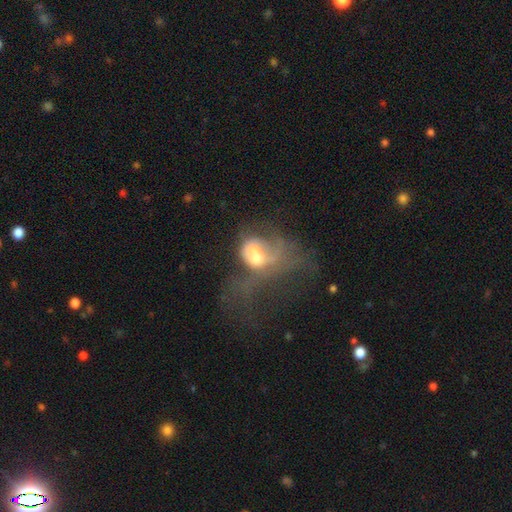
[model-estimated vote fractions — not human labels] Smooth or featured? Predicted: featured or disk (p=0.49). Merging? Predicted: major disturbance (p=0.57).